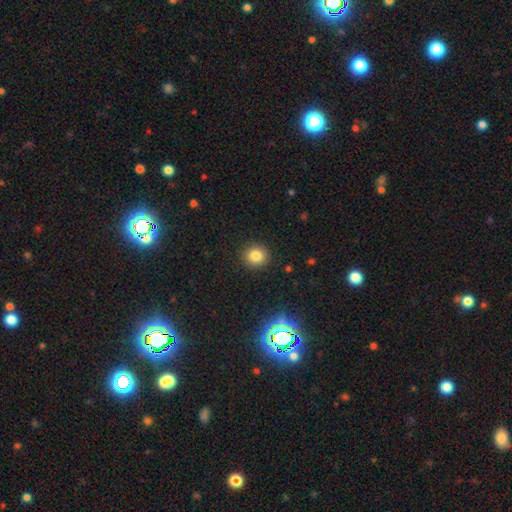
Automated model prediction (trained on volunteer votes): This appears to be a smooth galaxy with no disk features (81%) that is round (89%). Merging: none (91%).